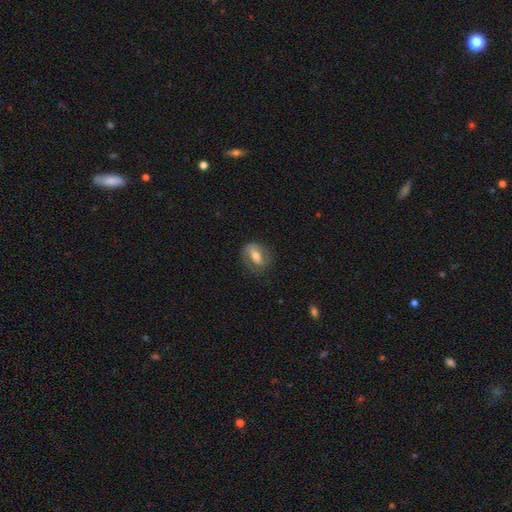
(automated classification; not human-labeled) smooth_or_featured: featured or disk (p=0.50) [alt: smooth p=0.42]
disk_edge_on: no (p=0.85) [alt: yes p=0.15]
merging: none (p=0.71) [alt: minor disturbance p=0.19]